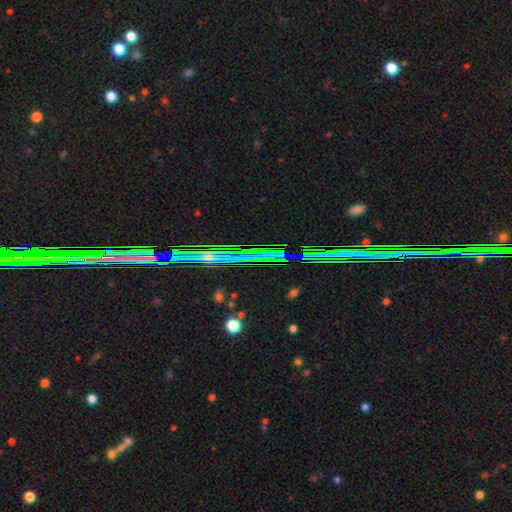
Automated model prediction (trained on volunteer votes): This appears to be a star or artifact, not a galaxy (56%).